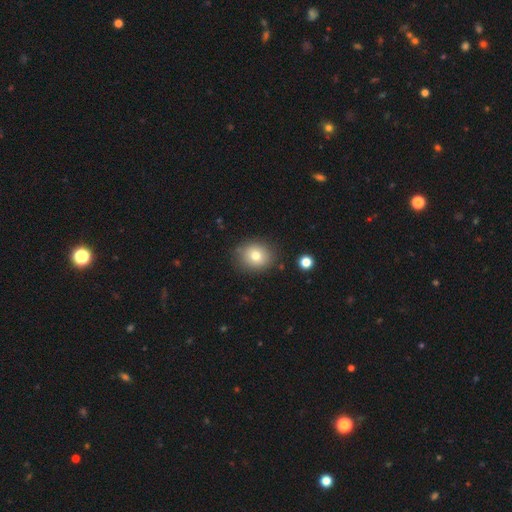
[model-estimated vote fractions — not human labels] This is likely a smooth galaxy (77%). How rounded: likely round (71%). Merging: clearly none (83%).